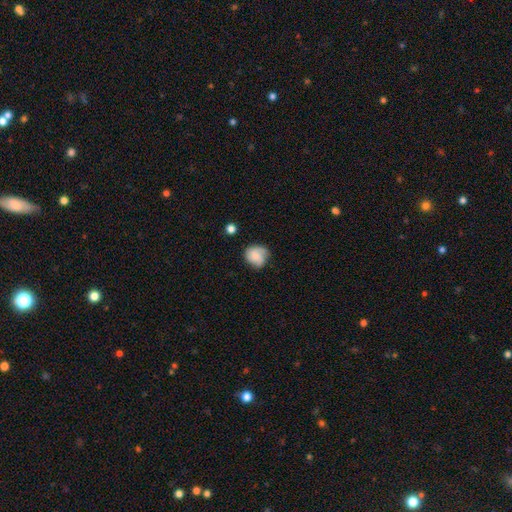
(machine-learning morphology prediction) type=smooth (58%); roundness=round (74%); merging=none (61%).